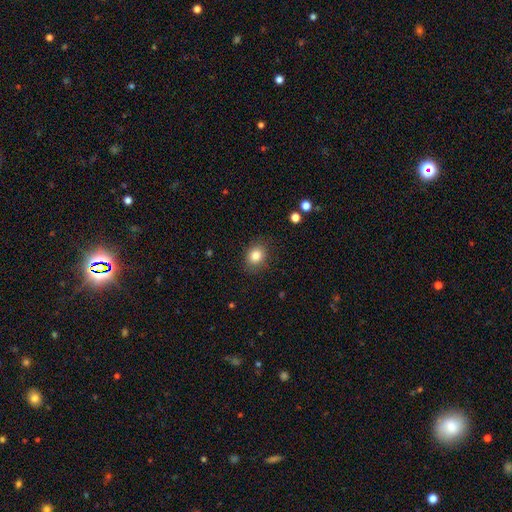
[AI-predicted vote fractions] Morphology: type=smooth (84%); roundness=round (55%); merging=none (85%).